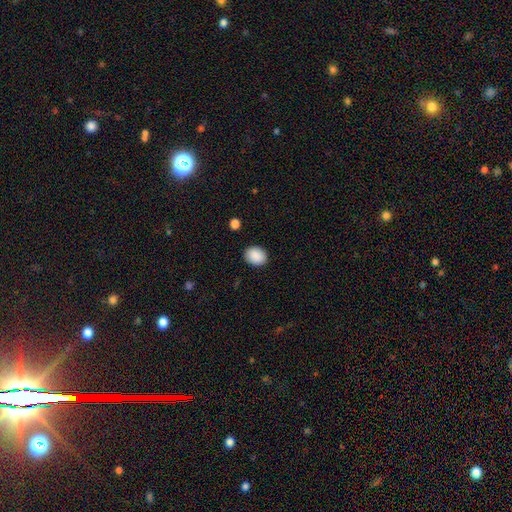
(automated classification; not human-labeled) A smooth galaxy with no disk features (90%) that is in between round and cigar-shaped (53%).

Vote fractions:
- Smooth or featured? smooth: 90% / star or artifact: 7% / featured or disk: 3%
- How rounded? in between: 53% / round: 46% / cigar-shaped: 1%
- Merging? none: 88% / minor disturbance: 8% / major disturbance: 2% / merger: 1%